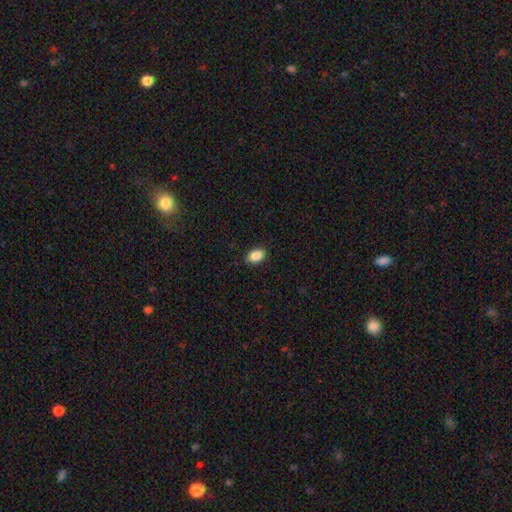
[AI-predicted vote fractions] smooth-or-featured: smooth: 88% | star or artifact: 8% | featured or disk: 4%
  how-rounded: in between: 85% | round: 13% | cigar-shaped: 1%
  merging: none: 89% | minor disturbance: 9% | major disturbance: 2% | merger: 1%